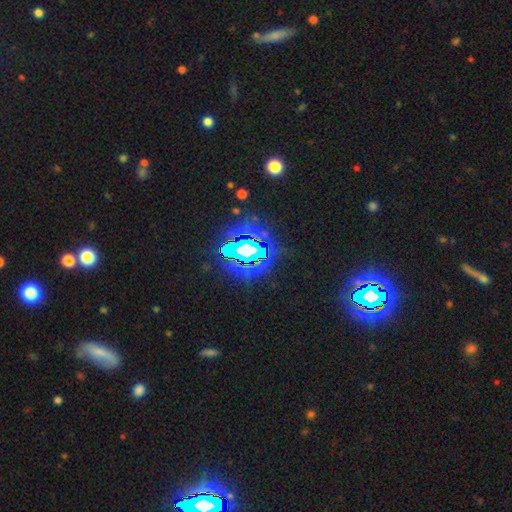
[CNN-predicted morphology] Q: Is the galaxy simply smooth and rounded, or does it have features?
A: star or artifact — 83%.